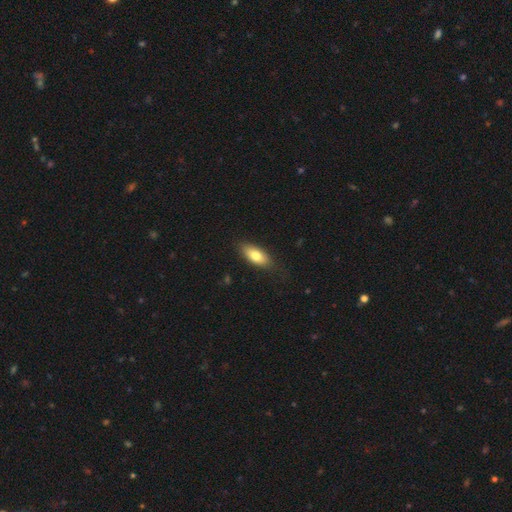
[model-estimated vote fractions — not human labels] smooth_or_featured: smooth (p=0.77) [alt: featured or disk p=0.16]
how_rounded: in between (p=0.83) [alt: cigar-shaped p=0.14]
merging: none (p=0.81) [alt: minor disturbance p=0.15]